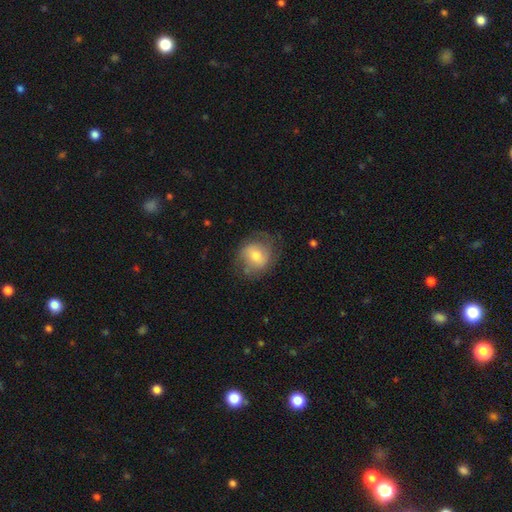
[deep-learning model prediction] Q: Smooth or featured?
A: smooth (52%); runner-up: featured or disk (40%)
Q: How rounded?
A: round (70%); runner-up: in between (29%)
Q: Merging?
A: none (66%); runner-up: minor disturbance (22%)